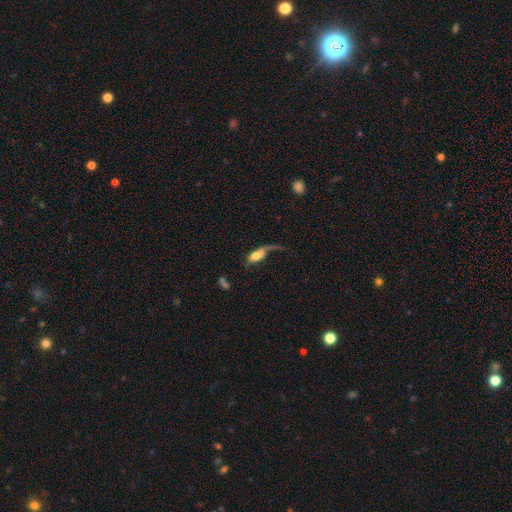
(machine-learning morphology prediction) This is possibly a smooth galaxy (50%). How rounded: likely in between (75%). Merging: possibly major disturbance (55%).